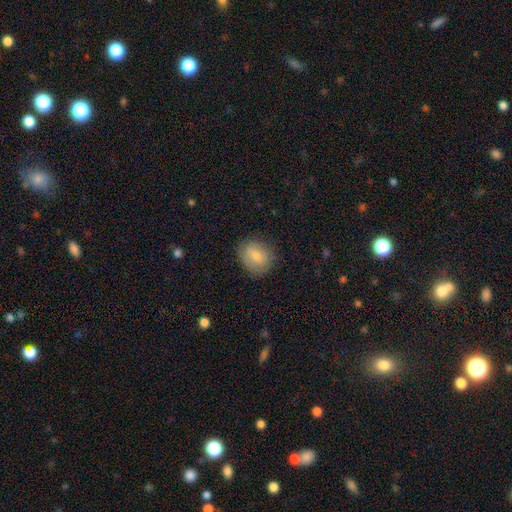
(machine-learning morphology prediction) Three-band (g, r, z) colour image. It shows a smooth galaxy with no disk features (75%) that is round (58%). Merging: none (76%).